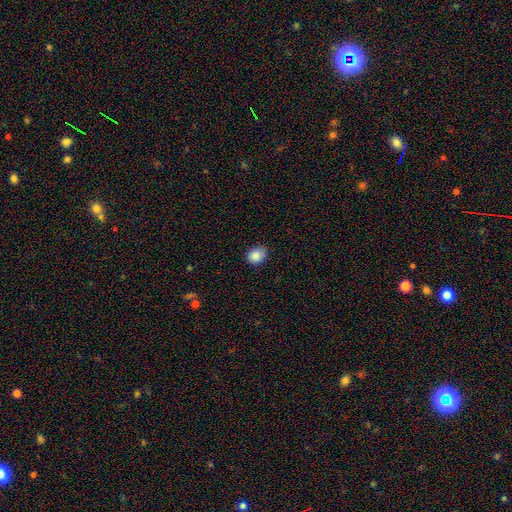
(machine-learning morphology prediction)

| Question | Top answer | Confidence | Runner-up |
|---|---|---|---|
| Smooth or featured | smooth | 87% | star or artifact (9%) |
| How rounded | round | 50% | in between (49%) |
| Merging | none | 80% | minor disturbance (16%) |